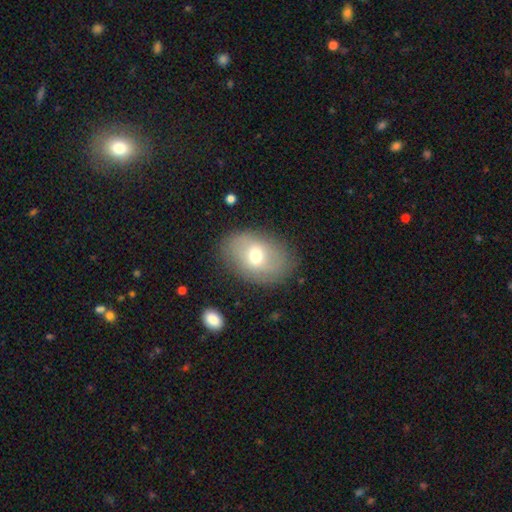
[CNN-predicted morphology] Smooth or featured: smooth — 58% (featured or disk — 33%)
How rounded: in between — 79% (round — 20%)
Merging: none — 80% (minor disturbance — 13%)